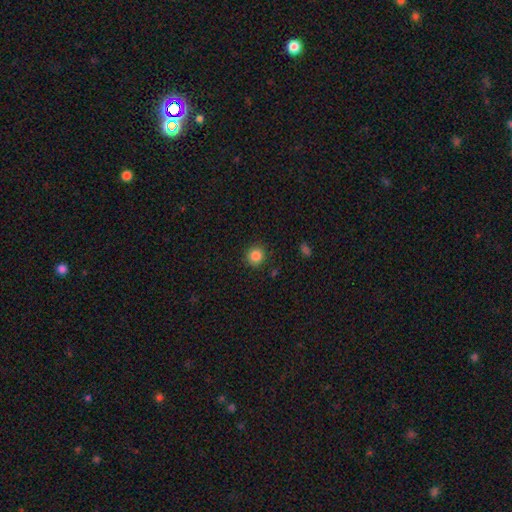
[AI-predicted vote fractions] Smooth or featured? Predicted: smooth (p=0.86). How rounded? Predicted: round (p=0.91). Merging? Predicted: none (p=0.89).